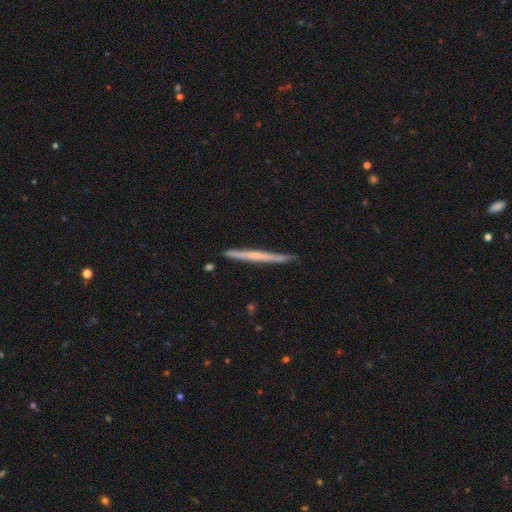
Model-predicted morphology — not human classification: smooth-or-featured: featured or disk: 52% | smooth: 42% | star or artifact: 6%
  disk-edge-on: yes: 97% | no: 3%
    edge-on-bulge: none: 82% | rounded: 12% | boxy: 5%
  merging: none: 89% | minor disturbance: 8% | merger: 1% | major disturbance: 1%